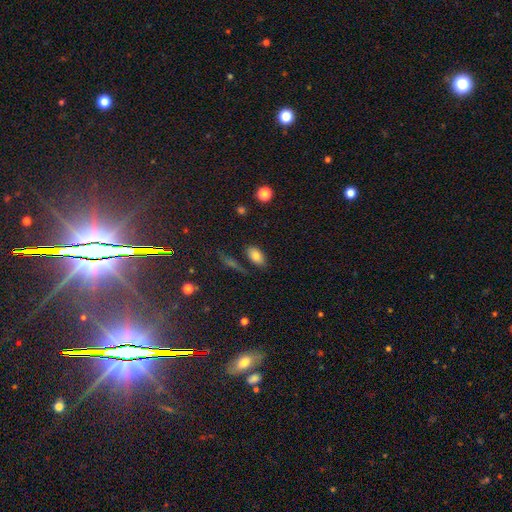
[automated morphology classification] type=smooth (80%); roundness=in between (91%); merging=none (76%).